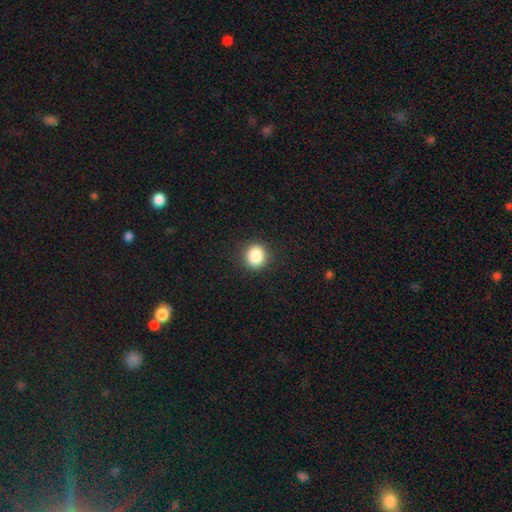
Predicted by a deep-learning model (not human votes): Smooth or featured? smooth (87%)
How rounded? round (88%)
Merging? none (91%)